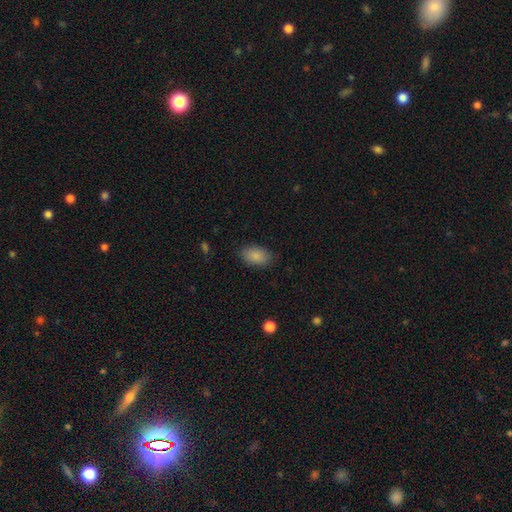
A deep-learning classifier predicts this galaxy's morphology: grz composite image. It shows a smooth galaxy with no disk features (87%) that is in between round and cigar-shaped (91%). Merging: none (84%).